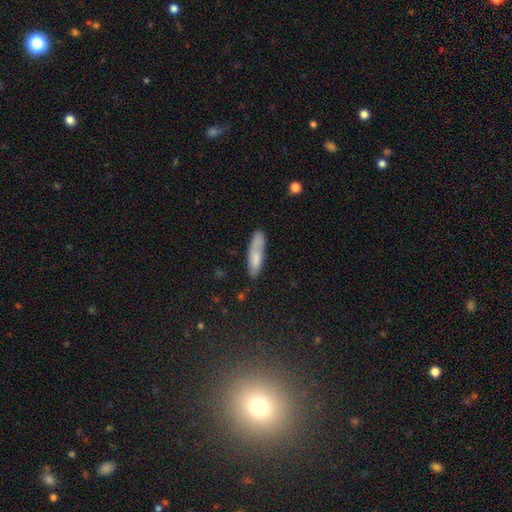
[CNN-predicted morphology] A smooth galaxy with no disk features (74%) that is cigar-shaped (67%).

Vote fractions:
- Smooth or featured? smooth: 74% / featured or disk: 19% / star or artifact: 7%
- How rounded? cigar-shaped: 67% / in between: 31% / round: 2%
- Merging? none: 70% / minor disturbance: 21% / major disturbance: 5% / merger: 4%